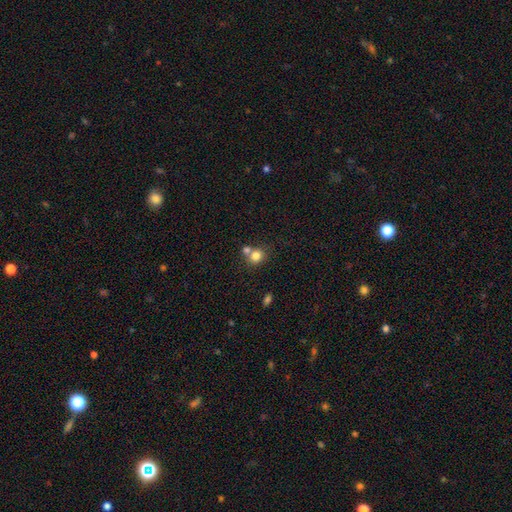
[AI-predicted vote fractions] Smooth or featured? Predicted: smooth (p=0.80). How rounded? Predicted: round (p=0.78). Merging? Predicted: none (p=0.48).